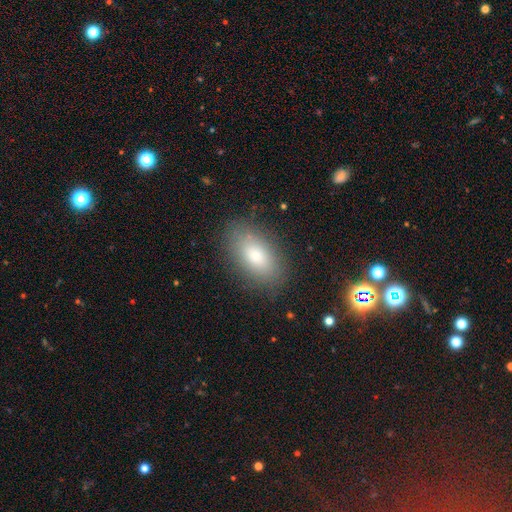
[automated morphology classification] A smooth galaxy with no disk features (80%) that is in between round and cigar-shaped (92%).

Vote fractions:
- Smooth or featured? smooth: 80% / featured or disk: 11% / star or artifact: 8%
- How rounded? in between: 92% / round: 5% / cigar-shaped: 3%
- Merging? none: 84% / minor disturbance: 11% / major disturbance: 4% / merger: 1%